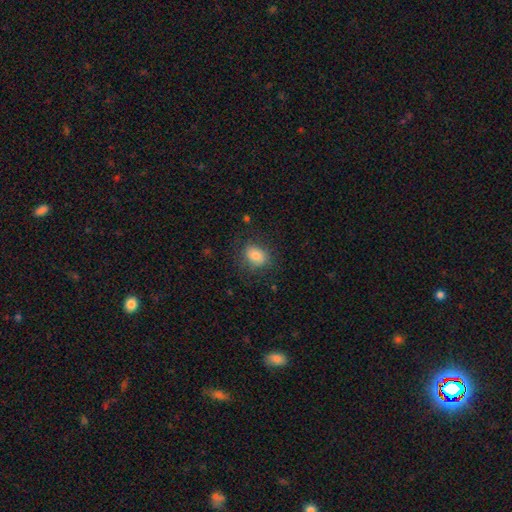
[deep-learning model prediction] smooth 79%, featured or disk 12%, star or artifact 9%. Down the decision tree: how rounded — in between (54%); merging — none (73%).